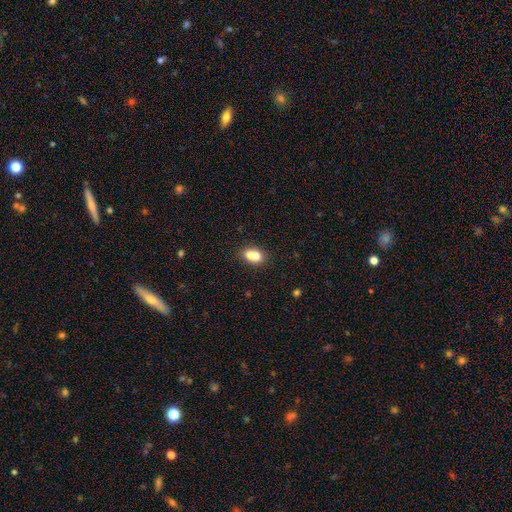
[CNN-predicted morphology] Overall: smooth (72%). How rounded: in between (62%; round 36%). Merging: merger (55%; none 33%).